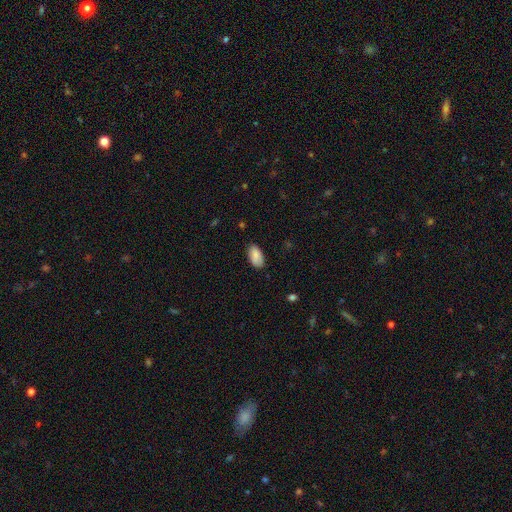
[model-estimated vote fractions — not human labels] Smooth or featured?
  - smooth: 87% *
  - featured or disk: 7%
  - star or artifact: 7%
How rounded?
  - in between: 94% *
  - cigar-shaped: 3%
  - round: 2%
Merging?
  - none: 82% *
  - minor disturbance: 15%
  - major disturbance: 3%
  - merger: 1%